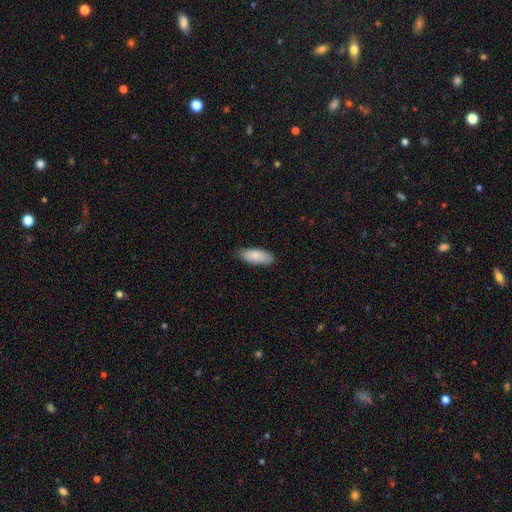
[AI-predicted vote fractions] Smooth or featured?
  - smooth: 85% *
  - featured or disk: 10%
  - star or artifact: 6%
How rounded?
  - in between: 79% *
  - cigar-shaped: 19%
  - round: 2%
Merging?
  - none: 83% *
  - minor disturbance: 14%
  - major disturbance: 2%
  - merger: 1%